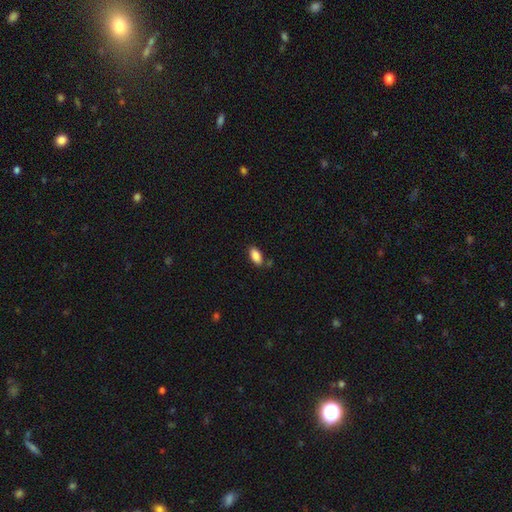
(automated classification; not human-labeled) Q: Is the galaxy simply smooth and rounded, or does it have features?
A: smooth — 88%.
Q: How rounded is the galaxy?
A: in between — 92%.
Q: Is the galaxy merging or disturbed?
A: none — 79%.